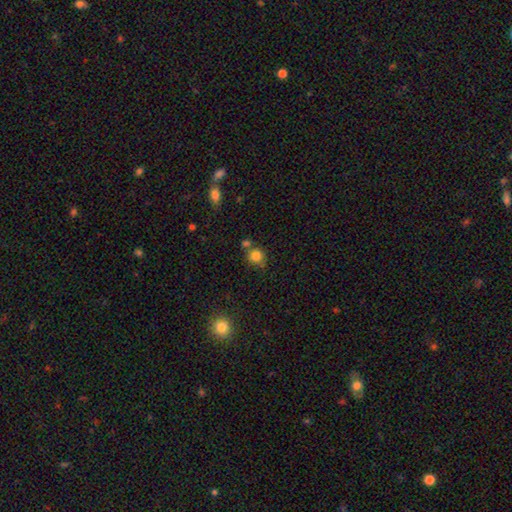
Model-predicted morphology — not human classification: smooth 82%, star or artifact 12%, featured or disk 6%. Down the decision tree: how rounded — round (86%); merging — none (63%).